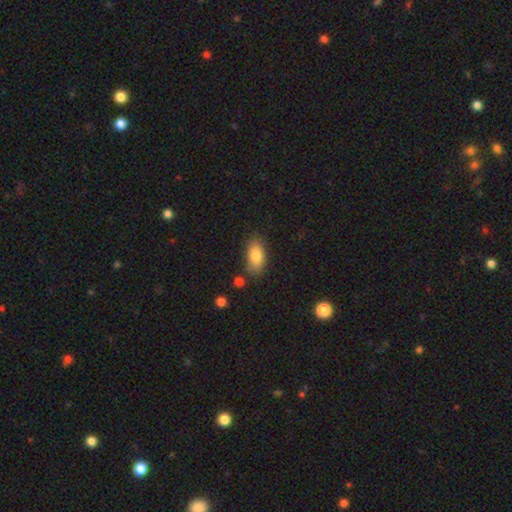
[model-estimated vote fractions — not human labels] smooth-or-featured: smooth: 81% | featured or disk: 11% | star or artifact: 8%
  how-rounded: in between: 90% | round: 5% | cigar-shaped: 5%
  merging: none: 78% | minor disturbance: 15% | merger: 4% | major disturbance: 3%